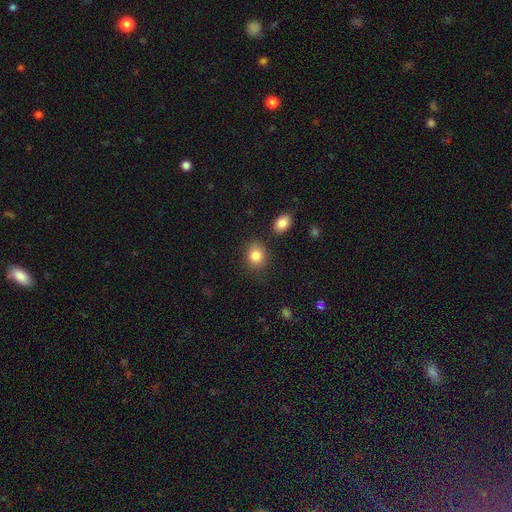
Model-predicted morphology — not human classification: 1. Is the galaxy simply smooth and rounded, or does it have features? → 85% smooth, 9% star or artifact, 6% featured or disk.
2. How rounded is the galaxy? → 61% round, 38% in between, 1% cigar-shaped.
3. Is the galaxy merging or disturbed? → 80% none, 12% minor disturbance, 5% merger, 3% major disturbance.